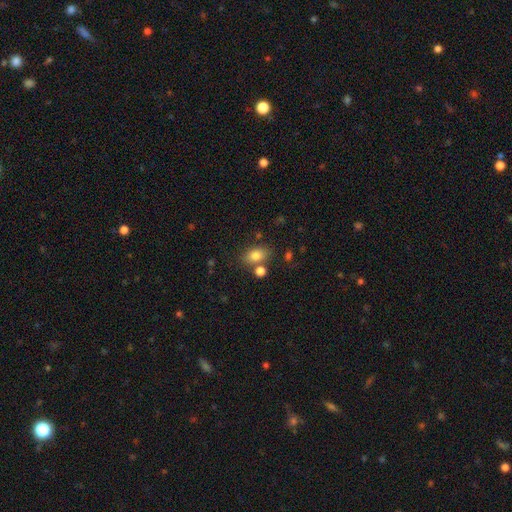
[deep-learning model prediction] Overall: smooth (79%). How rounded: in between (77%). Merging: none (68%).